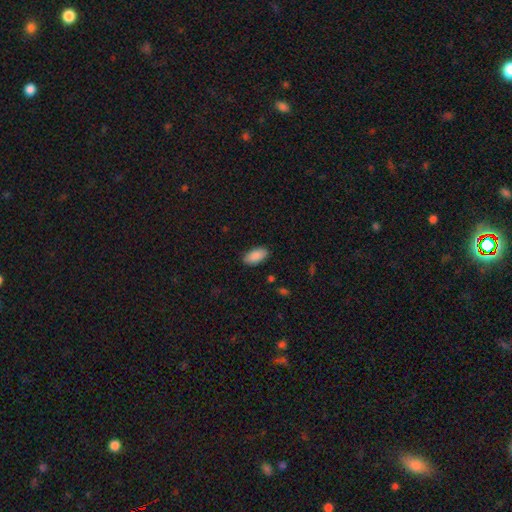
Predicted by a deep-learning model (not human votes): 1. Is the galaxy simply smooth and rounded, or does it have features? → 90% smooth, 6% star or artifact, 4% featured or disk.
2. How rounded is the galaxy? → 94% in between, 4% cigar-shaped, 2% round.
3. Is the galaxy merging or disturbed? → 88% none, 9% minor disturbance, 2% major disturbance, 1% merger.